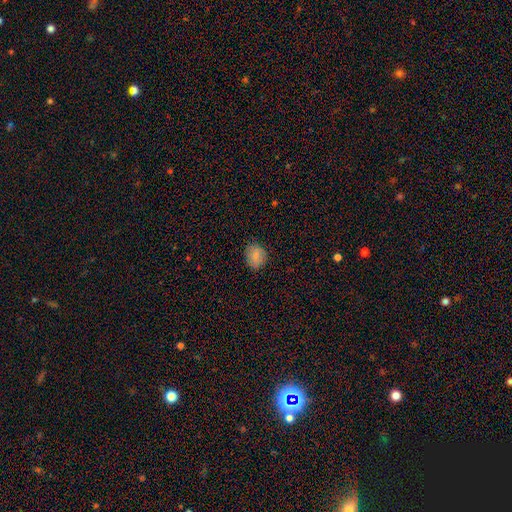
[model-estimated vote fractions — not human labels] Q: Smooth or featured?
A: smooth (83%); runner-up: star or artifact (9%)
Q: How rounded?
A: round (54%); runner-up: in between (45%)
Q: Merging?
A: none (82%); runner-up: minor disturbance (14%)